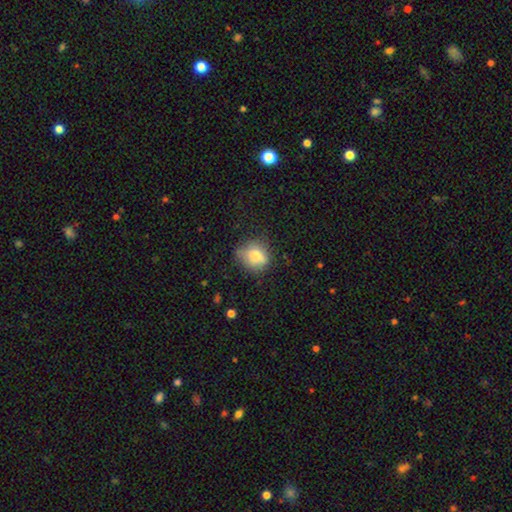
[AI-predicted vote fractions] Smooth or featured?
  - smooth: 74% *
  - featured or disk: 16%
  - star or artifact: 10%
How rounded?
  - round: 66% *
  - in between: 32%
  - cigar-shaped: 2%
Merging?
  - none: 60% *
  - minor disturbance: 28%
  - major disturbance: 10%
  - merger: 2%